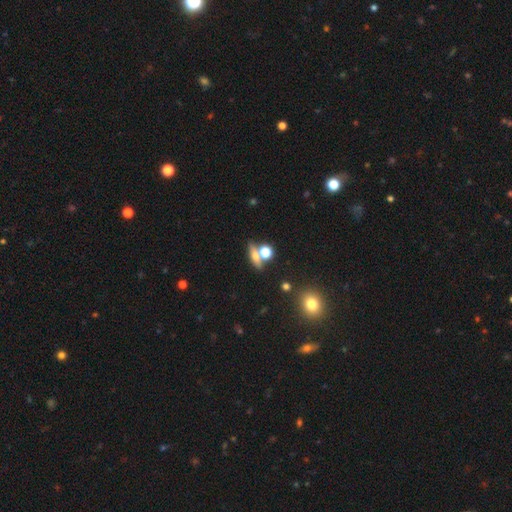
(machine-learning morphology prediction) Overall: smooth (53%; featured or disk 32%). How rounded: cigar-shaped (37%; in between 35%). Merging: none (60%; merger 25%).